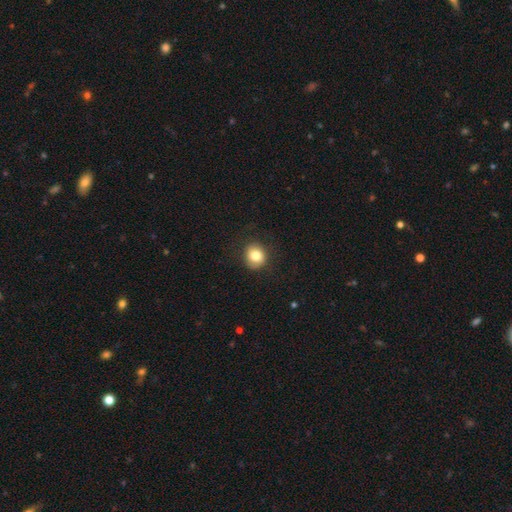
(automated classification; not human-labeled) smooth-or-featured: smooth: 81% | star or artifact: 10% | featured or disk: 9%
  how-rounded: round: 76% | in between: 23% | cigar-shaped: 1%
  merging: none: 84% | minor disturbance: 11% | major disturbance: 3% | merger: 1%